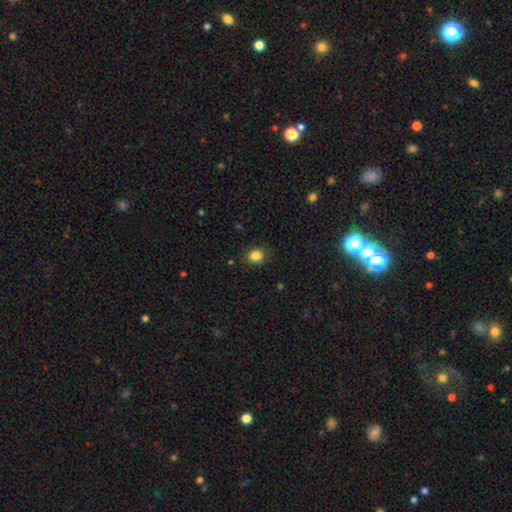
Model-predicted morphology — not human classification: This is clearly a smooth galaxy (85%). How rounded: likely round (75%). Merging: clearly none (89%).